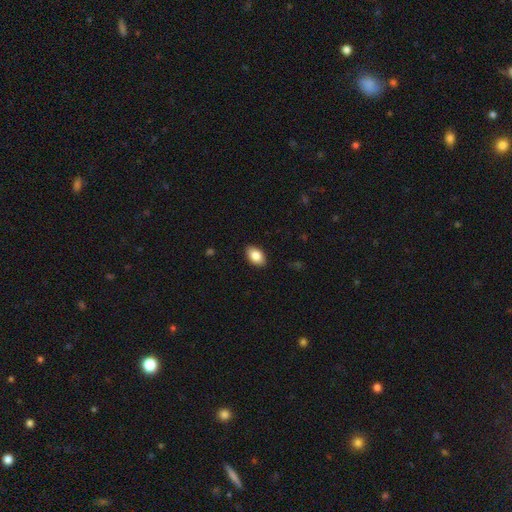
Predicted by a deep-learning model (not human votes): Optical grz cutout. It shows a smooth galaxy with no disk features (85%) that is in between round and cigar-shaped (91%). Merging: none (89%).